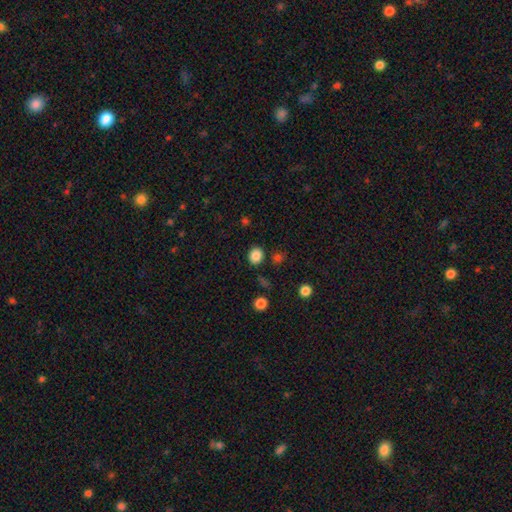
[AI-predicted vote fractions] The model was most divided on "how rounded": round: 73%, in between: 26%, cigar-shaped: 1%. More confident: merging — none (86%); smooth or featured — smooth (85%).